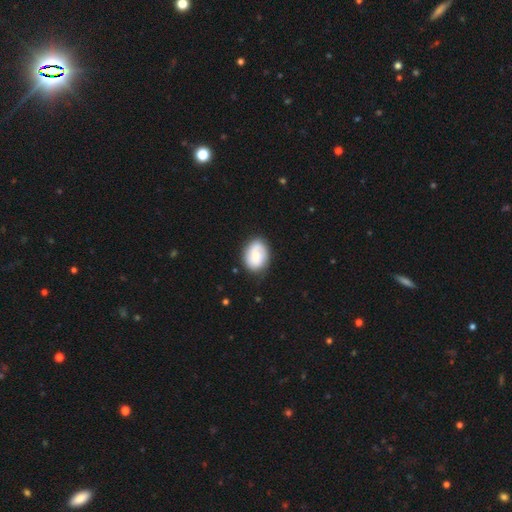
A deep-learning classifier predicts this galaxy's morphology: smooth-or-featured: smooth: 62% | featured or disk: 31% | star or artifact: 7%
  how-rounded: in between: 68% | round: 31% | cigar-shaped: 1%
  merging: none: 76% | minor disturbance: 18% | major disturbance: 4% | merger: 2%